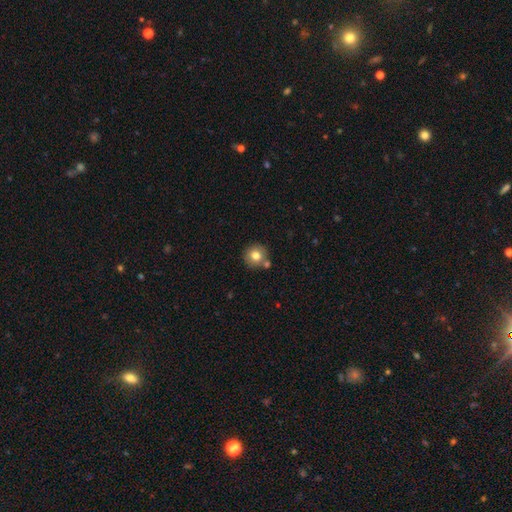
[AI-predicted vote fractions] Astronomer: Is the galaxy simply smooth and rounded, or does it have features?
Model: smooth — 77%.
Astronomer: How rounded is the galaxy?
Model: round — 92%.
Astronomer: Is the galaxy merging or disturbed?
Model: none — 73%.